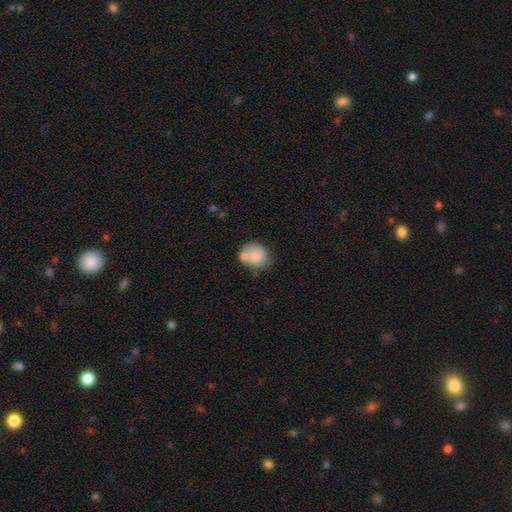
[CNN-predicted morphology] The model was most divided on "how rounded": round: 55%, in between: 44%, cigar-shaped: 1%. Remaining: smooth or featured — smooth (71%); merging — none (42%).